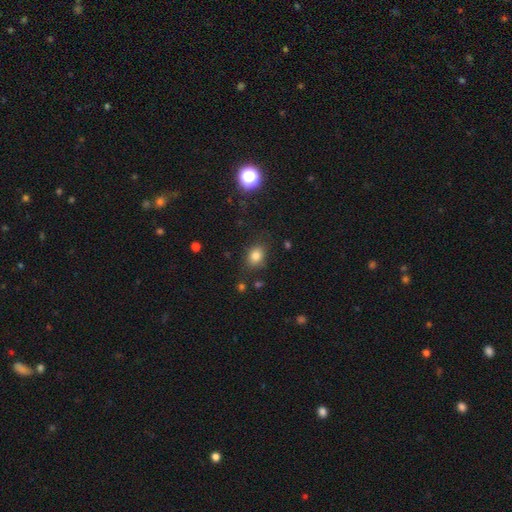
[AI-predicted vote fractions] This is clearly a smooth galaxy (82%). How rounded: possibly in between (56%). Merging: likely none (79%).